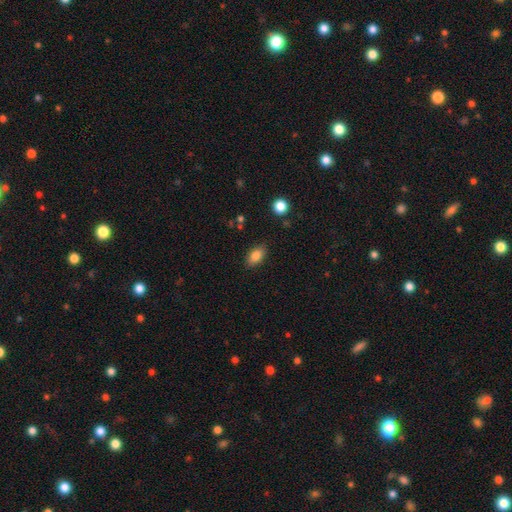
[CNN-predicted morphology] A smooth galaxy with no disk features (84%) that is in between round and cigar-shaped (89%).

Vote fractions:
- Smooth or featured? smooth: 84% / star or artifact: 9% / featured or disk: 8%
- How rounded? in between: 89% / round: 7% / cigar-shaped: 4%
- Merging? none: 85% / minor disturbance: 11% / major disturbance: 3% / merger: 2%